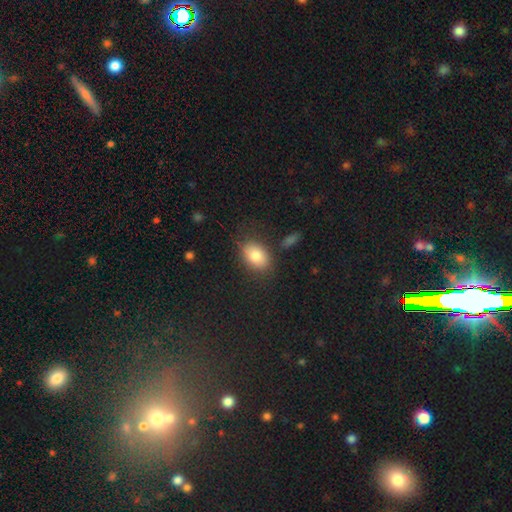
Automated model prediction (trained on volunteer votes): Morphology: type=smooth (82%); roundness=in between (79%); merging=none (76%).